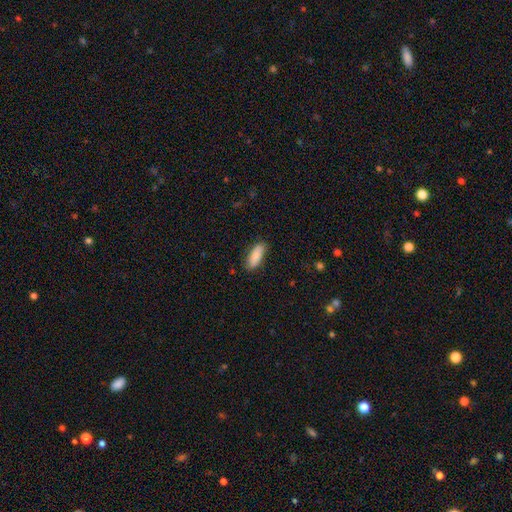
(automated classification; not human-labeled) Smooth or featured: smooth — 88% (featured or disk — 6%)
How rounded: in between — 71% (cigar-shaped — 27%)
Merging: none — 84% (minor disturbance — 13%)